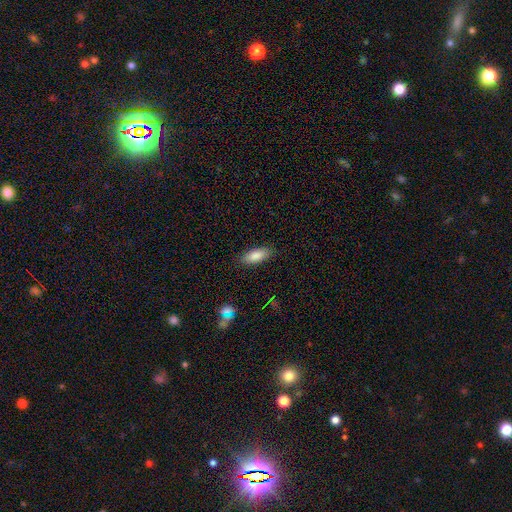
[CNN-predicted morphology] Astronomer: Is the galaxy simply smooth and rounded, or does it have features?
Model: smooth — 86%.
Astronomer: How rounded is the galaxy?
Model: in between — 77%.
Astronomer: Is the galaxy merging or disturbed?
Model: none — 86%.